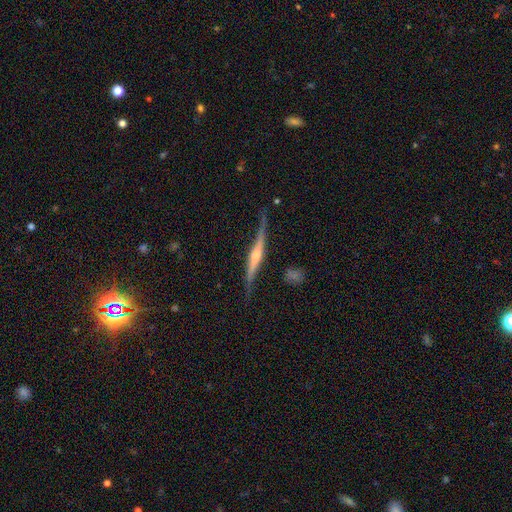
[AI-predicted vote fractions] Overall: featured or disk (79%). Edge-on disk: yes (96%). Edge-on bulge: rounded (76%). Merging: none (75%).